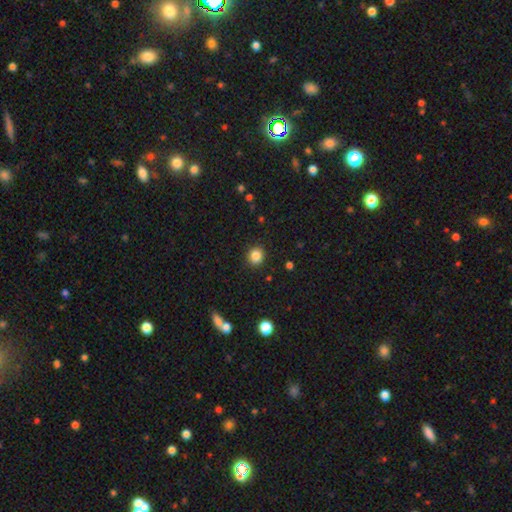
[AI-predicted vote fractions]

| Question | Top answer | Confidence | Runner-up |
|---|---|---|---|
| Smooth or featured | smooth | 85% | star or artifact (11%) |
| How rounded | round | 83% | in between (16%) |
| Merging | none | 90% | minor disturbance (6%) |